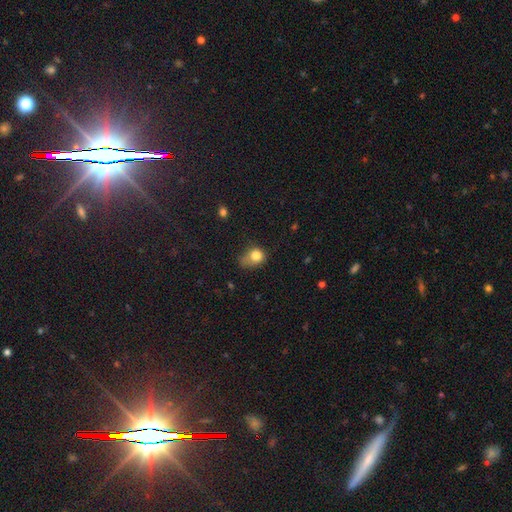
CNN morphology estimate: A smooth galaxy with no disk features (79%) that is round (60%).

Vote fractions:
- Smooth or featured? smooth: 79% / star or artifact: 11% / featured or disk: 9%
- How rounded? round: 60% / in between: 39% / cigar-shaped: 1%
- Merging? minor disturbance: 38% / none: 36% / major disturbance: 21% / merger: 5%